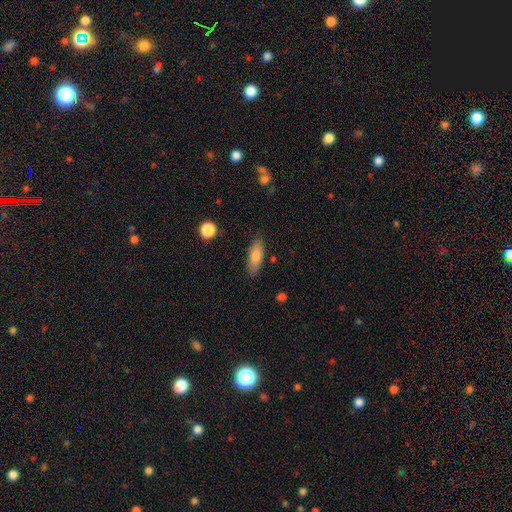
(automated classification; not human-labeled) Q: Smooth or featured?
A: smooth (80%); runner-up: featured or disk (14%)
Q: How rounded?
A: in between (69%); runner-up: cigar-shaped (29%)
Q: Merging?
A: none (85%); runner-up: minor disturbance (11%)